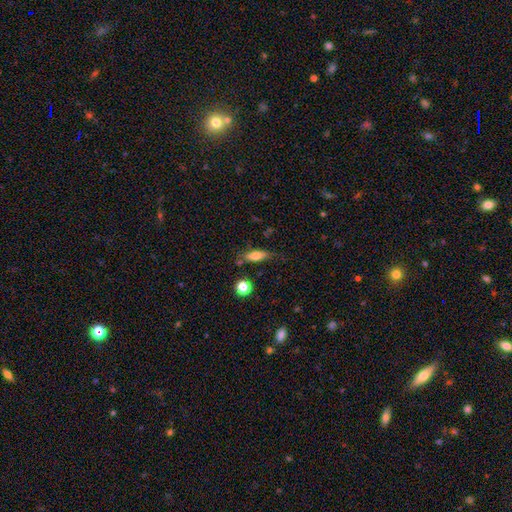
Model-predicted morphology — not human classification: A smooth galaxy with no disk features (70%) that is in between round and cigar-shaped (61%). Merging: none (66%).